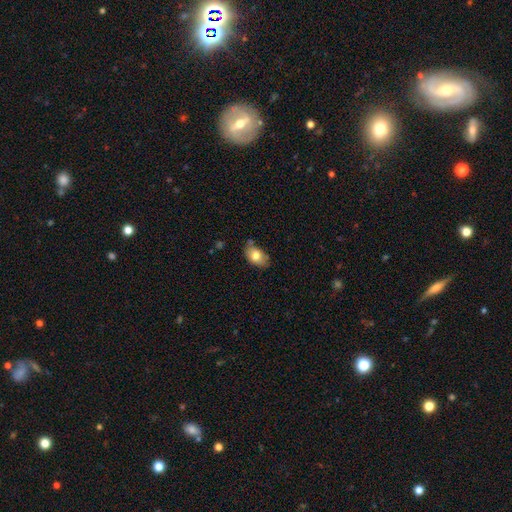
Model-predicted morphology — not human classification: type=smooth (77%); roundness=in between (87%); merging=none (69%).